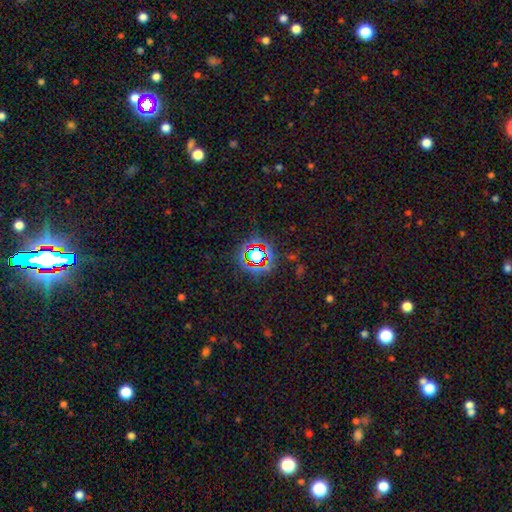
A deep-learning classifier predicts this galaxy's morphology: The model was most divided on "smooth or featured": star or artifact: 70%, smooth: 19%, featured or disk: 11%.